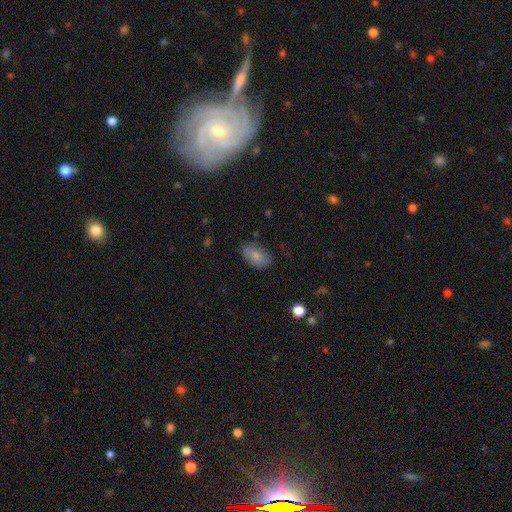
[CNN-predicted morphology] Smooth or featured: smooth — 76% (featured or disk — 17%)
How rounded: in between — 90% (round — 8%)
Merging: none — 78% (minor disturbance — 17%)